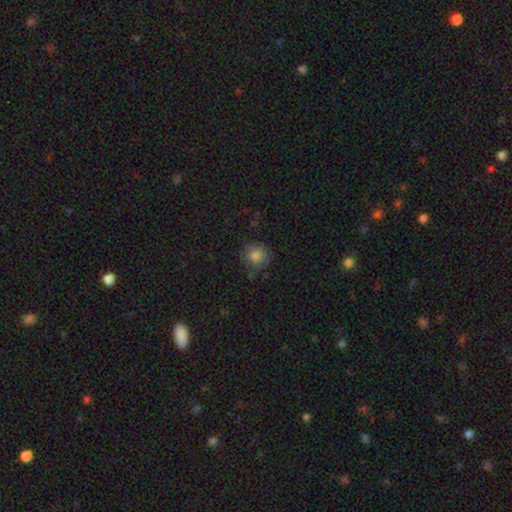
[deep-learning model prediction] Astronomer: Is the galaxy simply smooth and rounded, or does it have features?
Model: smooth — 82%.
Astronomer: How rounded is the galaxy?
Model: round — 91%.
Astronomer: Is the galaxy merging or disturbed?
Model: none — 81%.